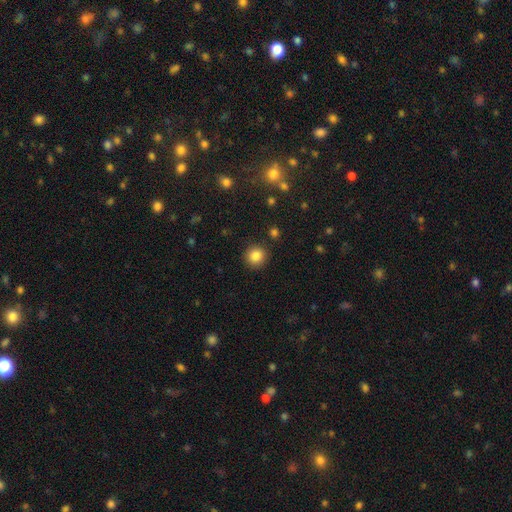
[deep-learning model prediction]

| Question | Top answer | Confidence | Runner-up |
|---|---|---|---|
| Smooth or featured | smooth | 84% | star or artifact (11%) |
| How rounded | round | 93% | in between (6%) |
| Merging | none | 90% | minor disturbance (6%) |